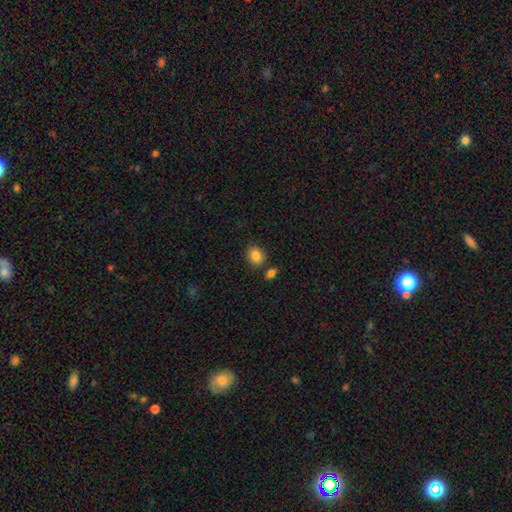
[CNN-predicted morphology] Smooth or featured? smooth (86%)
How rounded? round (58%)
Merging? none (78%)